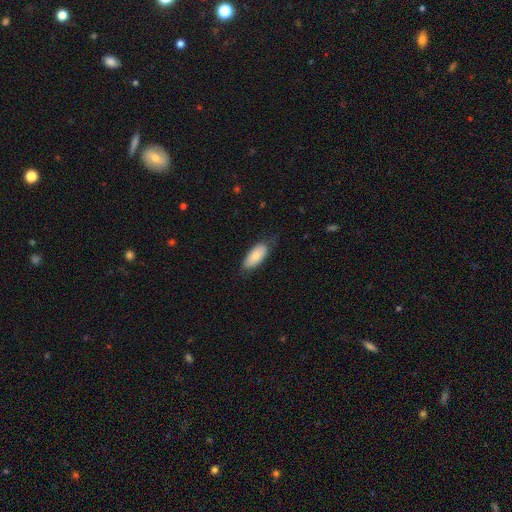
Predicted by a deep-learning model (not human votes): Smooth or featured? smooth (79%)
How rounded? in between (89%)
Merging? none (73%)